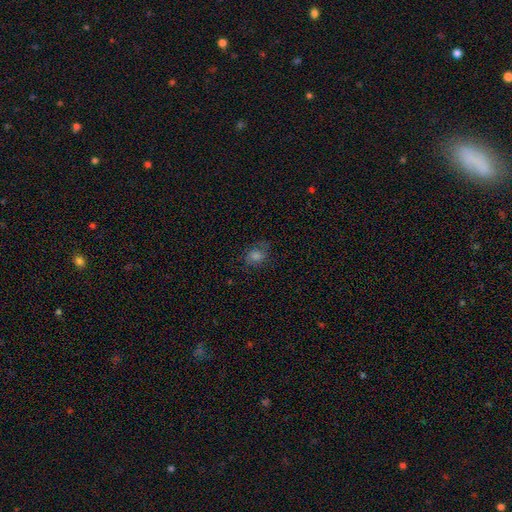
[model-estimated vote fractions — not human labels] smooth_or_featured: smooth (p=0.54) [alt: featured or disk p=0.25]
how_rounded: round (p=0.54) [alt: in between p=0.45]
merging: none (p=0.72) [alt: minor disturbance p=0.18]